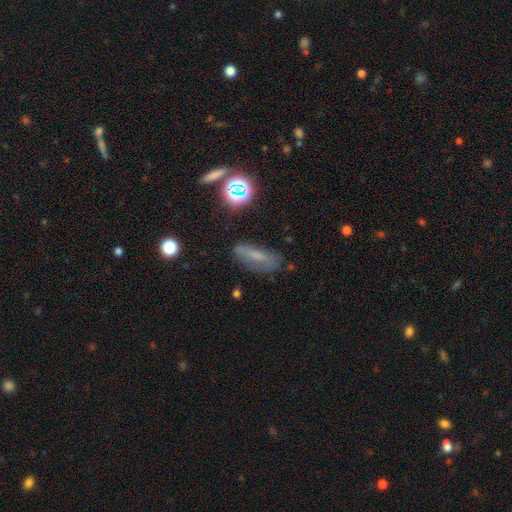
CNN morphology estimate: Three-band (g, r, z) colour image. It shows a smooth galaxy with no disk features (52%) that is in between round and cigar-shaped (59%). Merging: none (65%).